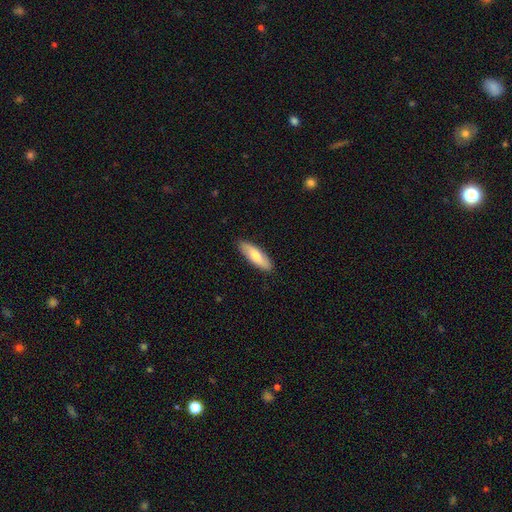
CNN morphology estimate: The model was most divided on "how rounded": in between: 52%, cigar-shaped: 46%, round: 2%. More confident: merging — none (89%); smooth or featured — smooth (74%).